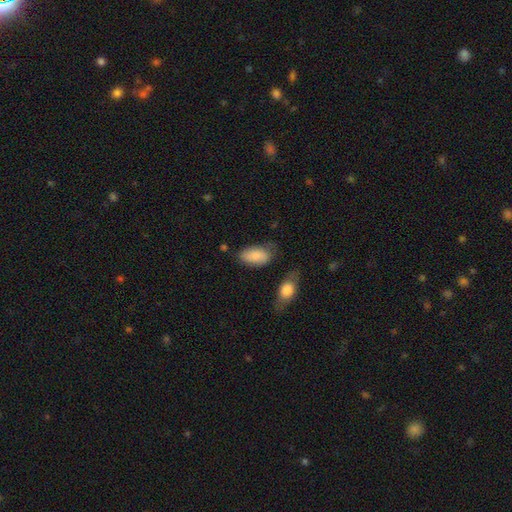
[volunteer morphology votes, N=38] A smooth galaxy with no disk features (87%) that is in between round and cigar-shaped (94%). Merging: none (57%).